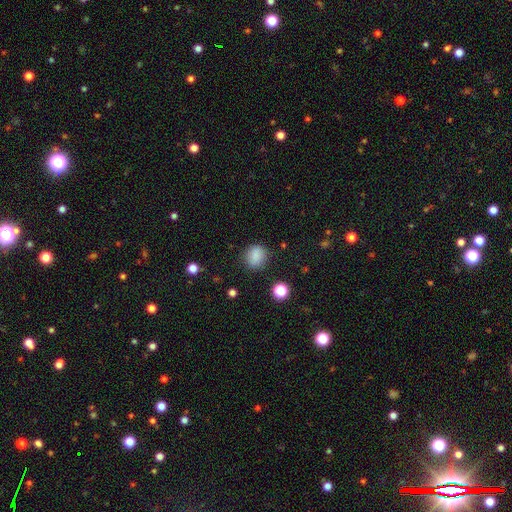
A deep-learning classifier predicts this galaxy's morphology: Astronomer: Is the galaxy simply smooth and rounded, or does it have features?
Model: smooth — 84%.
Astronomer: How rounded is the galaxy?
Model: round — 69%.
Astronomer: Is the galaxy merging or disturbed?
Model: none — 80%.